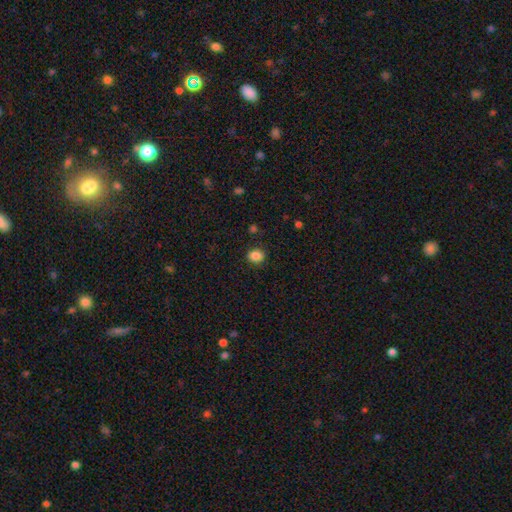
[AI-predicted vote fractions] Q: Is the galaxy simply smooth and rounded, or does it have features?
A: smooth — 86%.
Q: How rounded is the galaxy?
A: round — 63%.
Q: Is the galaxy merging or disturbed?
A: none — 86%.